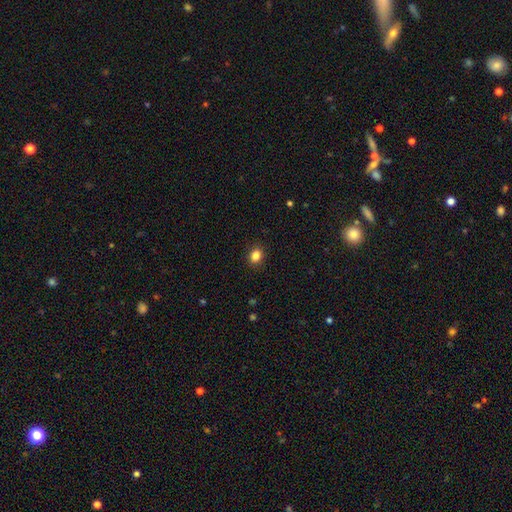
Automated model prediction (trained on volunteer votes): This appears to be a smooth galaxy with no disk features (85%) that is round (52%). Merging: none (89%).